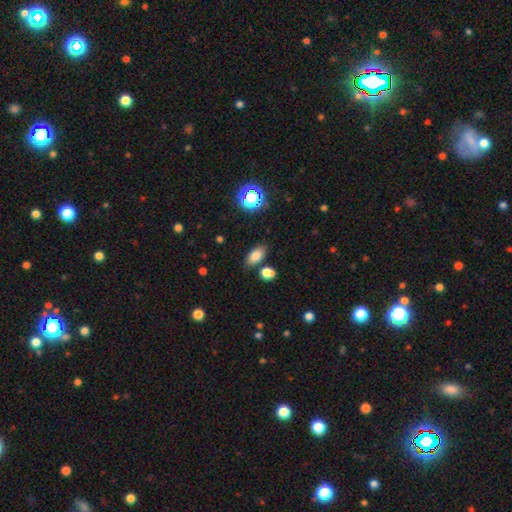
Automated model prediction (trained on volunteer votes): A smooth galaxy with no disk features (80%) that is in between round and cigar-shaped (88%). Merging: none (79%).